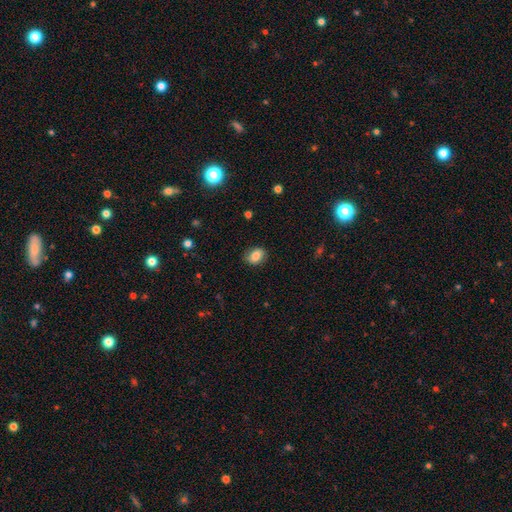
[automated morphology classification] smooth-or-featured: smooth: 78% | featured or disk: 13% | star or artifact: 9%
  how-rounded: in between: 67% | round: 32% | cigar-shaped: 1%
  merging: none: 81% | minor disturbance: 15% | major disturbance: 4% | merger: 1%